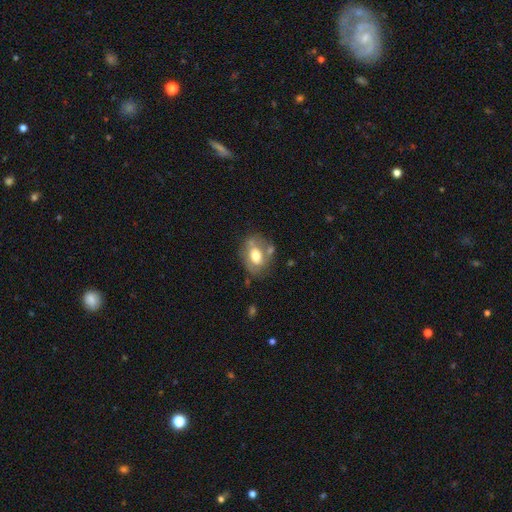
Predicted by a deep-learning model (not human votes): Q: Smooth or featured?
A: smooth (53%); runner-up: featured or disk (39%)
Q: How rounded?
A: in between (73%); runner-up: round (26%)
Q: Merging?
A: none (53%); runner-up: minor disturbance (23%)